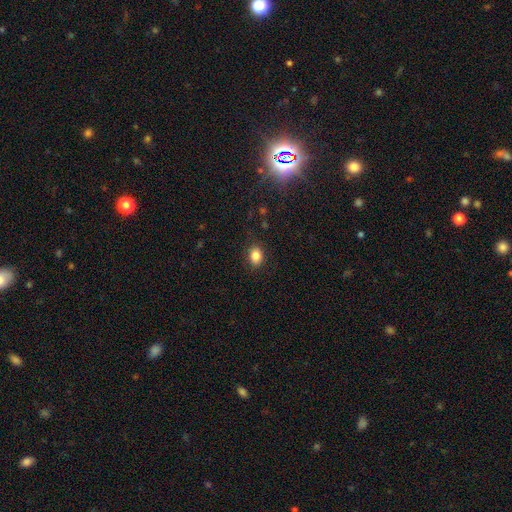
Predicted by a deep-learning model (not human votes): Smooth or featured? smooth (84%)
How rounded? in between (64%)
Merging? none (86%)